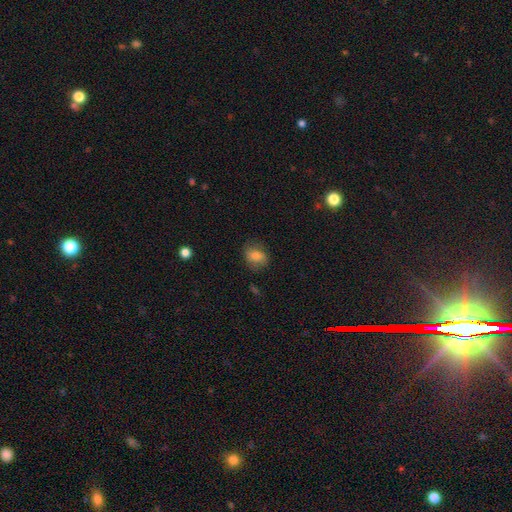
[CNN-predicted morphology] A smooth galaxy with no disk features (77%) that is in between round and cigar-shaped (54%).

Vote fractions:
- Smooth or featured? smooth: 77% / featured or disk: 14% / star or artifact: 9%
- How rounded? in between: 54% / round: 45% / cigar-shaped: 1%
- Merging? none: 73% / minor disturbance: 19% / major disturbance: 6% / merger: 1%